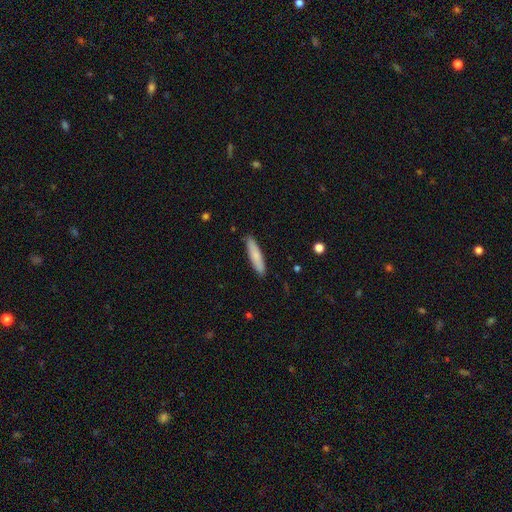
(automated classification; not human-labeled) Q: Smooth or featured?
A: smooth (78%); runner-up: featured or disk (16%)
Q: How rounded?
A: cigar-shaped (83%); runner-up: in between (15%)
Q: Merging?
A: none (89%); runner-up: minor disturbance (8%)